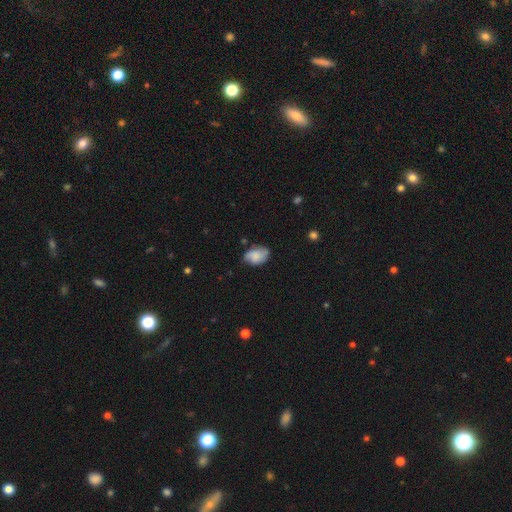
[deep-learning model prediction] The model was most divided on "merging": none: 62%, minor disturbance: 29%, major disturbance: 7%, merger: 2%. More confident: how rounded — in between (83%); smooth or featured — smooth (66%).